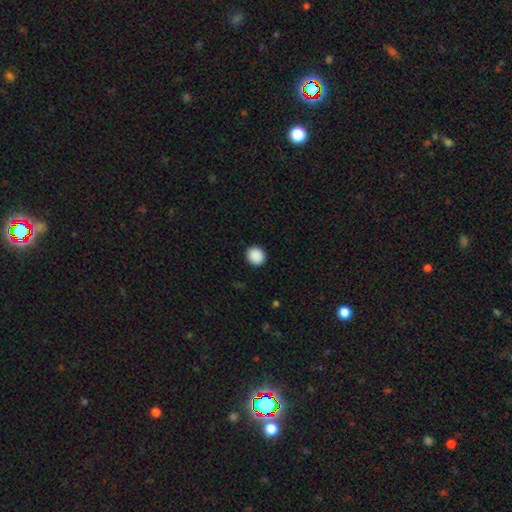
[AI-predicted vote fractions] Smooth or featured? Predicted: smooth (p=0.90). How rounded? Predicted: round (p=0.81). Merging? Predicted: none (p=0.92).